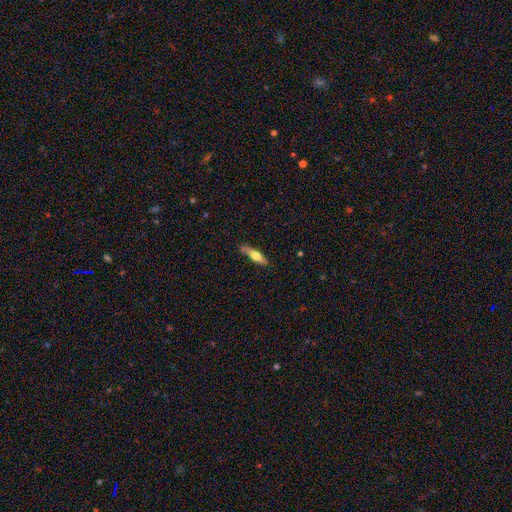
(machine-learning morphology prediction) type=smooth (52%); roundness=cigar-shaped (73%); merging=none (82%).